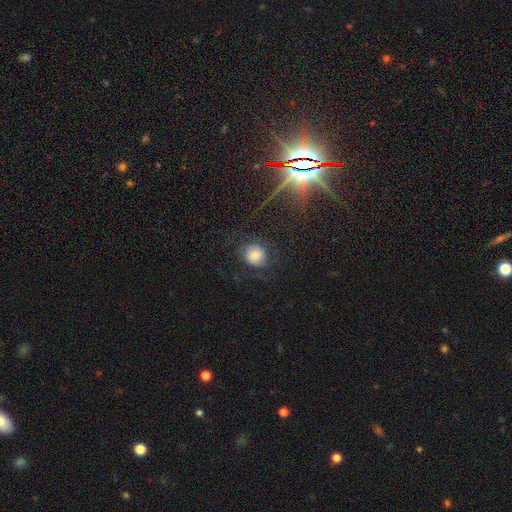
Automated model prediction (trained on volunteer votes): smooth-or-featured: smooth: 49% | featured or disk: 37% | star or artifact: 15%
  merging: none: 67% | major disturbance: 16% | minor disturbance: 15% | merger: 2%